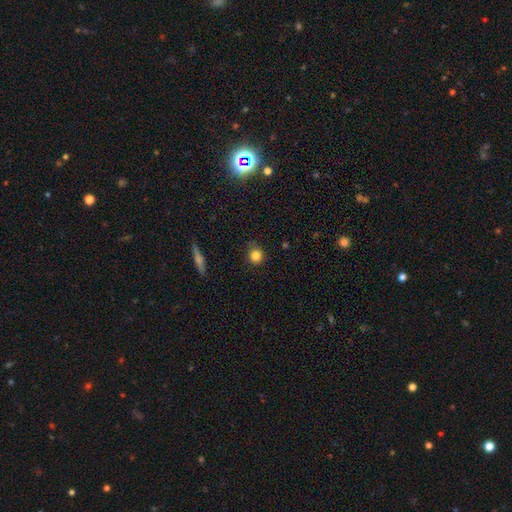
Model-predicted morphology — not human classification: Smooth or featured?
  - smooth: 83% *
  - star or artifact: 11%
  - featured or disk: 7%
How rounded?
  - round: 87% *
  - in between: 11%
  - cigar-shaped: 1%
Merging?
  - none: 77% *
  - minor disturbance: 18%
  - major disturbance: 4%
  - merger: 2%